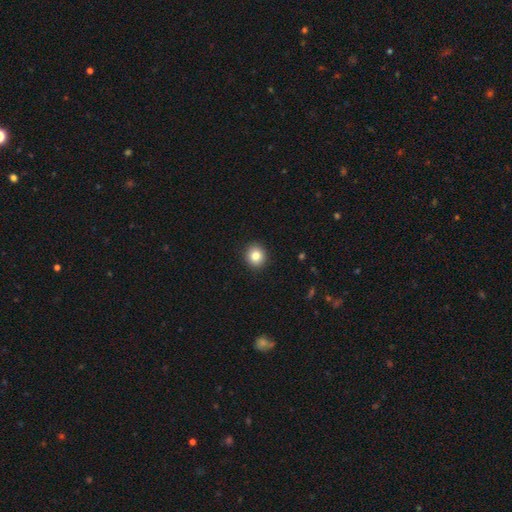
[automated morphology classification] Smooth or featured?
  - smooth: 84% *
  - star or artifact: 10%
  - featured or disk: 7%
How rounded?
  - round: 86% *
  - in between: 13%
  - cigar-shaped: 1%
Merging?
  - none: 92% *
  - minor disturbance: 5%
  - major disturbance: 2%
  - merger: 1%